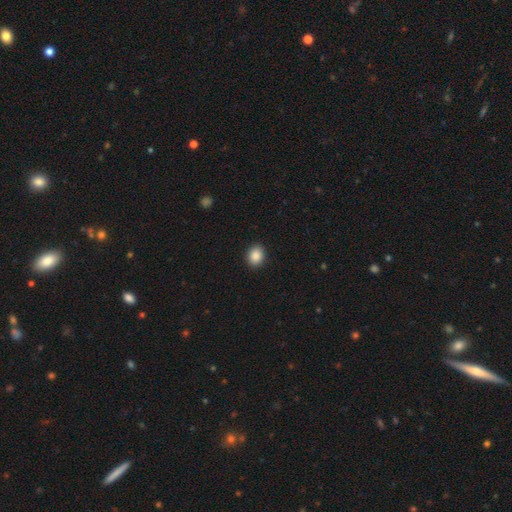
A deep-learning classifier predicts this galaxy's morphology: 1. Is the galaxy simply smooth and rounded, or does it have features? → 88% smooth, 9% star or artifact, 3% featured or disk.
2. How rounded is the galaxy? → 53% round, 46% in between, 1% cigar-shaped.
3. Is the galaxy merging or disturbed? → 91% none, 6% minor disturbance, 2% major disturbance, 1% merger.